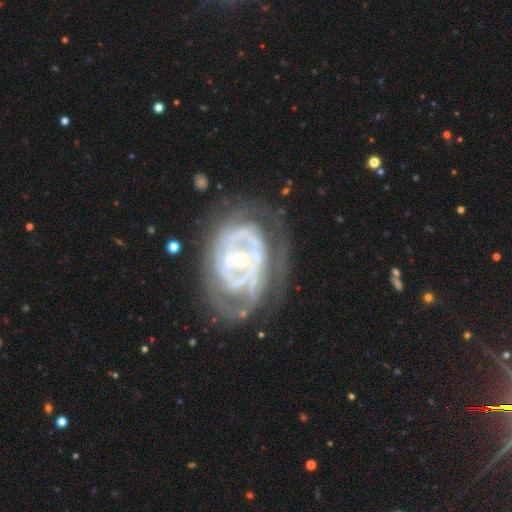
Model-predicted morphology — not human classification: This is clearly a featured or disk galaxy (83%). It is clearly not viewed edge-on (96%). Bar: likely no (63%). Spiral arm pattern: likely yes (74%). Spiral arm count: possibly can't tell (48%). Spiral winding: likely tight (65%). Central bulge: likely small (65%). Merging: possibly none (54%).